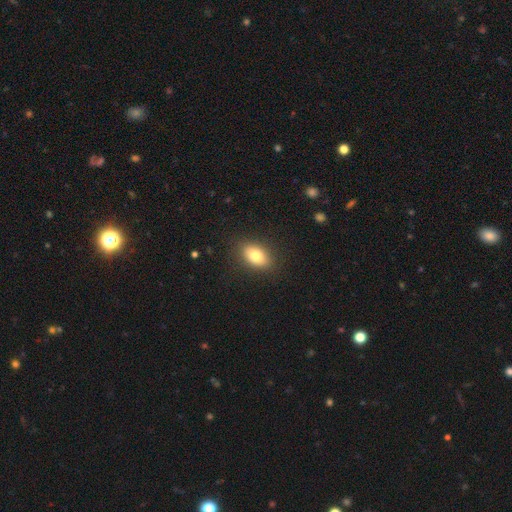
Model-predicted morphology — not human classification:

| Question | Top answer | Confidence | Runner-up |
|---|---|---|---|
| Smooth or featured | smooth | 78% | featured or disk (13%) |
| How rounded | in between | 87% | round (11%) |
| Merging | none | 87% | minor disturbance (9%) |